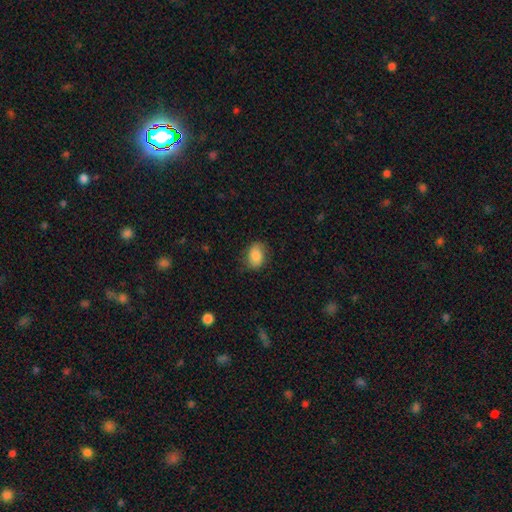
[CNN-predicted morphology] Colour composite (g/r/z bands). It shows a smooth galaxy with no disk features (82%) that is in between round and cigar-shaped (75%). Merging: none (78%).